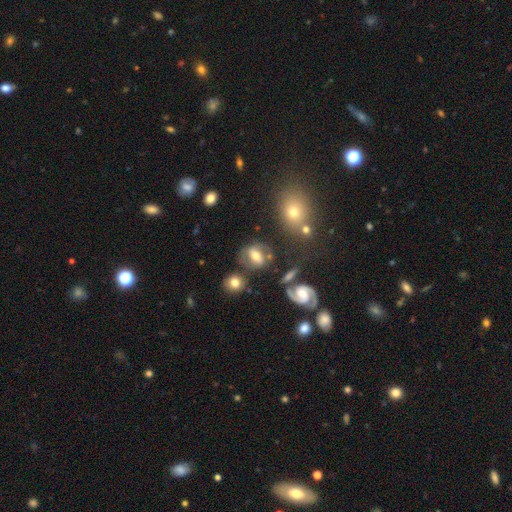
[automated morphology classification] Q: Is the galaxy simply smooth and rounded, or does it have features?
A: featured or disk — 51%.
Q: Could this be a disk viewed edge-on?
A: no — 90%.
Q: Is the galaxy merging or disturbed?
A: none — 64%.